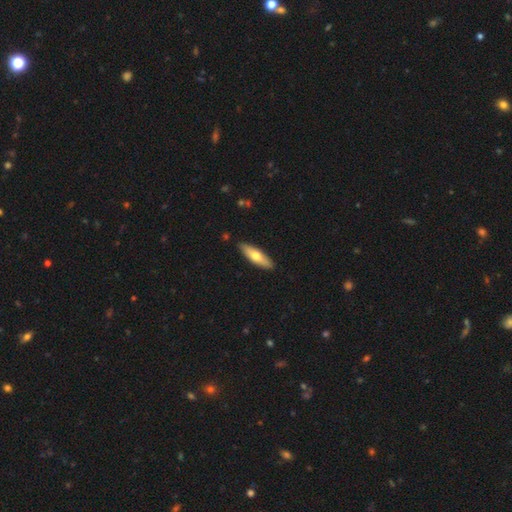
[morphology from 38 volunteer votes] Smooth or featured: smooth — 55% (featured or disk — 34%)
How rounded: cigar-shaped — 67% (in between — 33%)
Merging: none — 91% (minor disturbance — 9%)